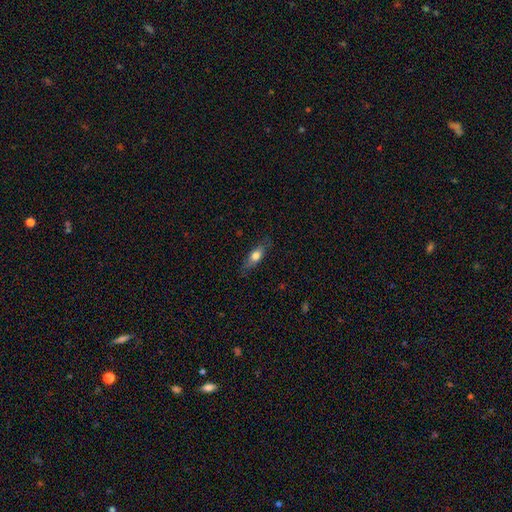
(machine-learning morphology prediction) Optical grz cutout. It shows a smooth galaxy with no disk features (64%) that is in between round and cigar-shaped (57%). Merging: none (79%).